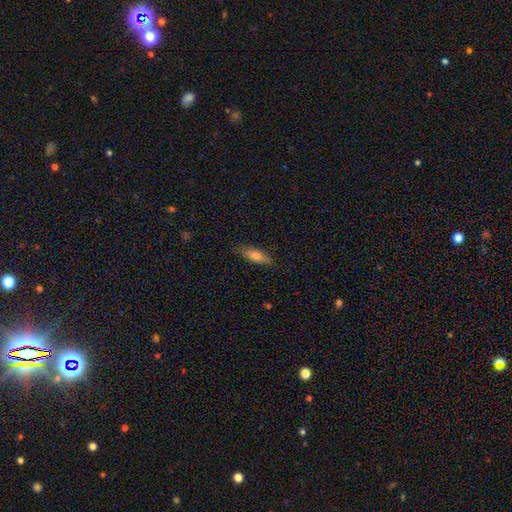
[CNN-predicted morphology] Smooth or featured? smooth (66%)
How rounded? cigar-shaped (52%)
Merging? none (84%)